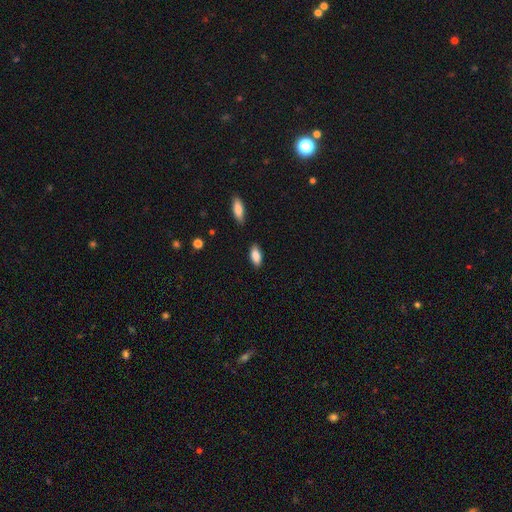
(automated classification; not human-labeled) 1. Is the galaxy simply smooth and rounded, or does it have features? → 87% smooth, 7% featured or disk, 7% star or artifact.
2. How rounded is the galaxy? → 87% in between, 11% cigar-shaped, 2% round.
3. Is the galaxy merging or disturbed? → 84% none, 11% minor disturbance, 2% merger, 2% major disturbance.